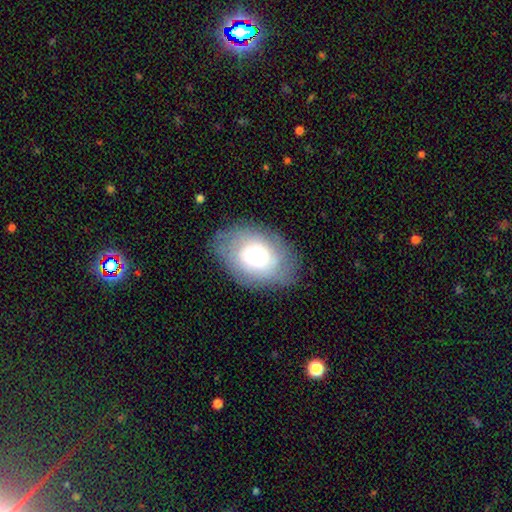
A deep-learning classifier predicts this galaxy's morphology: smooth 50%, featured or disk 41%, star or artifact 9%. Down the decision tree: merging — none (78%).